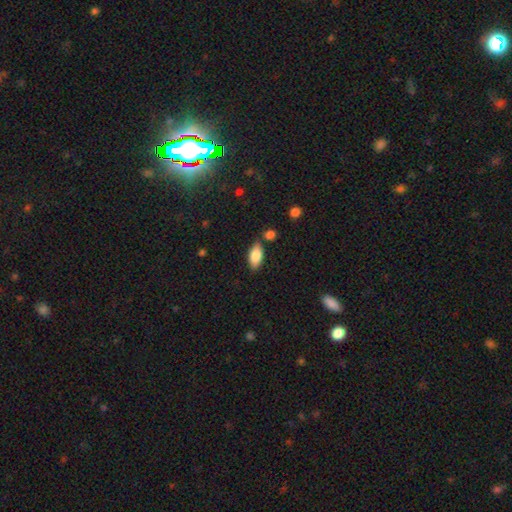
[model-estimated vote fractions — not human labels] smooth 85%, featured or disk 8%, star or artifact 7%. Down the decision tree: how rounded — in between (90%); merging — none (78%).